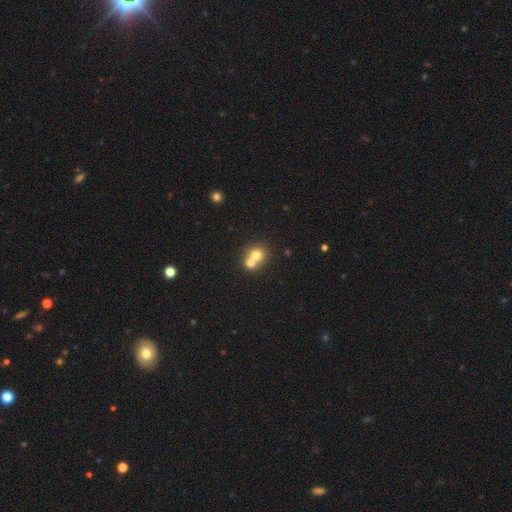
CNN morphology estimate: Smooth or featured: smooth — 71% (featured or disk — 17%)
How rounded: round — 80% (in between — 19%)
Merging: merger — 62% (none — 32%)